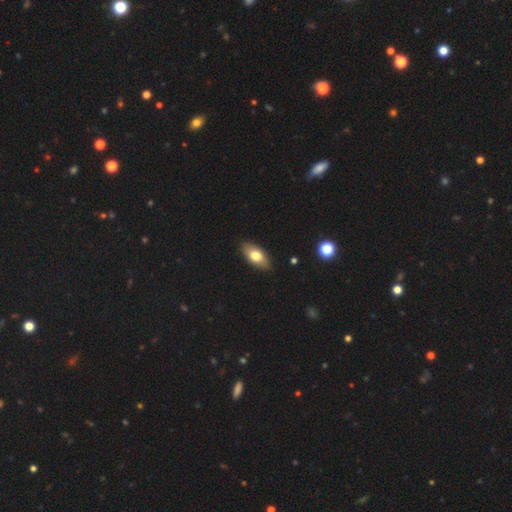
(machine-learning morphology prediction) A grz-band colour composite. It shows a smooth galaxy with no disk features (73%) that is in between round and cigar-shaped (89%). Merging: none (88%).